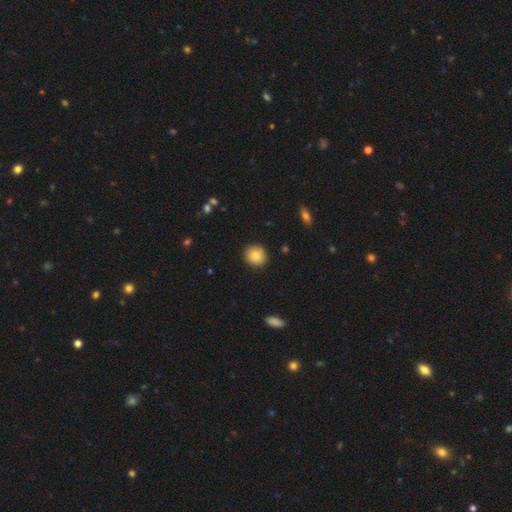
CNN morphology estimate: A smooth galaxy with no disk features (84%) that is round (90%).

Vote fractions:
- Smooth or featured? smooth: 84% / star or artifact: 9% / featured or disk: 7%
- How rounded? round: 90% / in between: 9% / cigar-shaped: 1%
- Merging? none: 91% / minor disturbance: 6% / major disturbance: 2% / merger: 1%